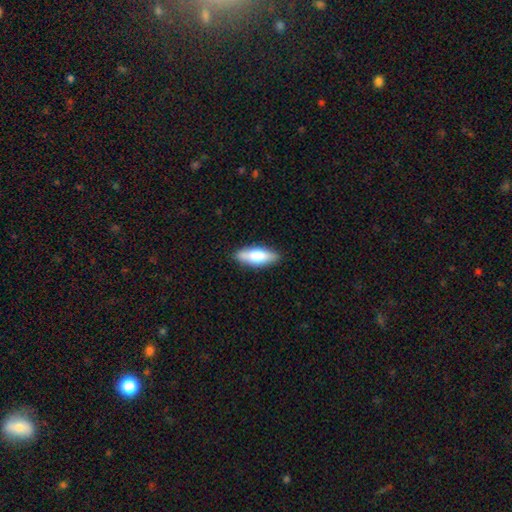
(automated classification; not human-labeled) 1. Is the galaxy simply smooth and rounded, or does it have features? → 74% smooth, 20% featured or disk, 6% star or artifact.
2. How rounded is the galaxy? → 67% in between, 31% cigar-shaped, 2% round.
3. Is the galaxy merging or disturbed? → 86% none, 11% minor disturbance, 2% major disturbance, 1% merger.